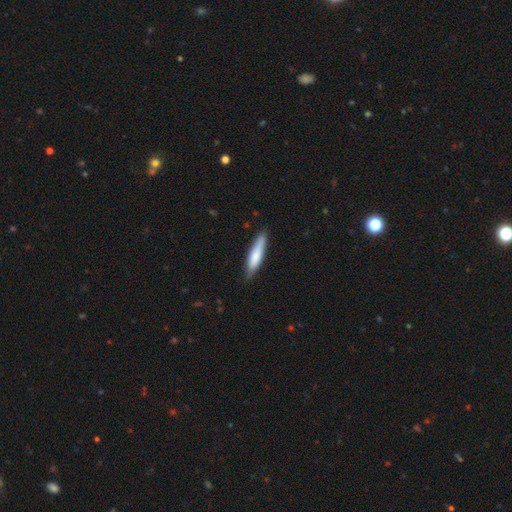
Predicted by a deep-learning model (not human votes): smooth_or_featured: smooth (p=0.75) [alt: featured or disk p=0.19]
how_rounded: cigar-shaped (p=0.81) [alt: in between p=0.18]
merging: none (p=0.80) [alt: minor disturbance p=0.17]